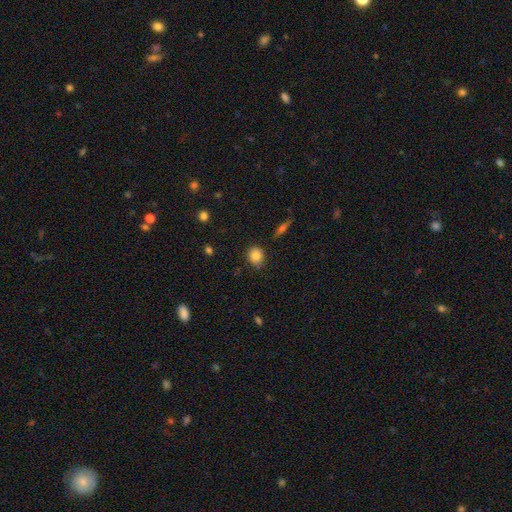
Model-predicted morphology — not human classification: Smooth or featured? Predicted: smooth (p=0.83). How rounded? Predicted: round (p=0.79). Merging? Predicted: none (p=0.76).